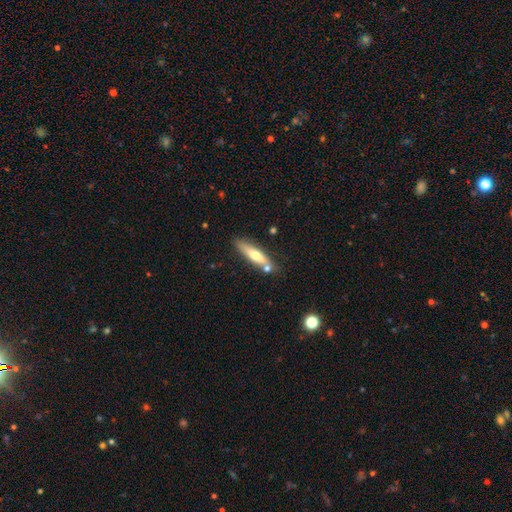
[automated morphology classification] This is possibly a smooth galaxy (54%). How rounded: likely cigar-shaped (76%). Merging: likely none (73%).